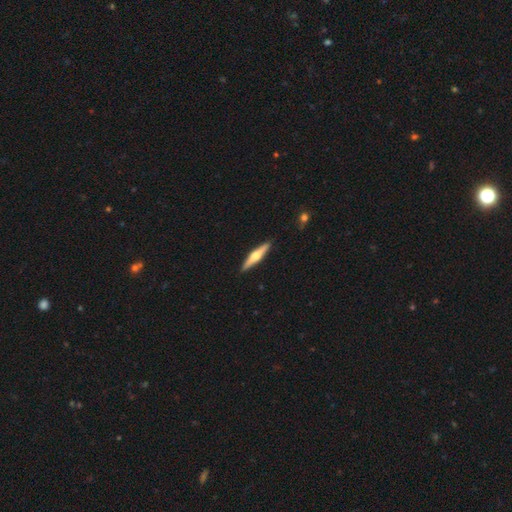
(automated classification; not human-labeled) The model was most divided on "smooth or featured": featured or disk: 64%, smooth: 31%, star or artifact: 5%. More confident: edge-on disk — yes (97%); edge-on bulge — rounded (93%); merging — none (91%).